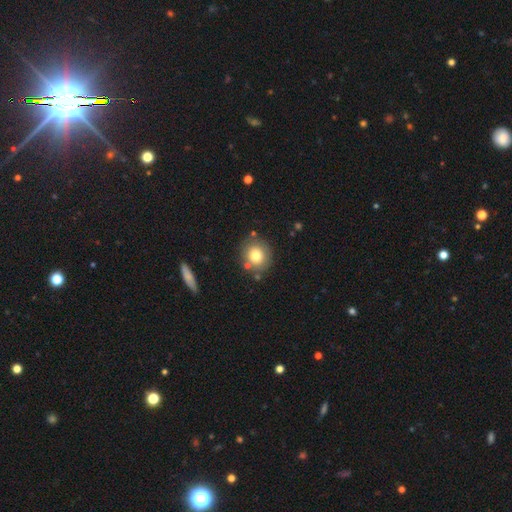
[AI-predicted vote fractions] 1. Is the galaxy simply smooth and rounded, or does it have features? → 76% smooth, 14% featured or disk, 10% star or artifact.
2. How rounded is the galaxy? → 83% round, 16% in between, 1% cigar-shaped.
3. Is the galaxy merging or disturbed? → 78% none, 11% minor disturbance, 7% merger, 4% major disturbance.